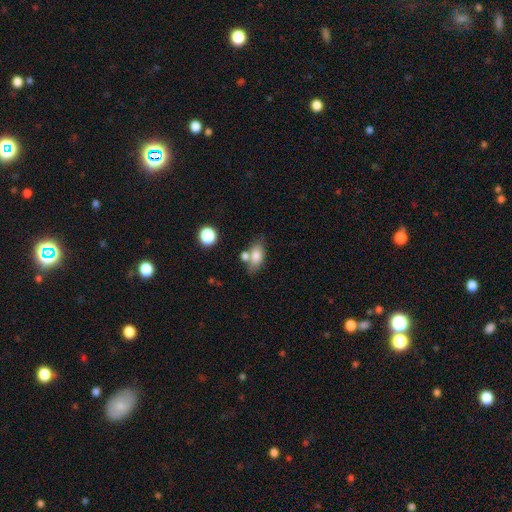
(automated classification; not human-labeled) This appears to be a smooth galaxy with no disk features (78%) that is in between round and cigar-shaped (86%). Merging: none (56%).